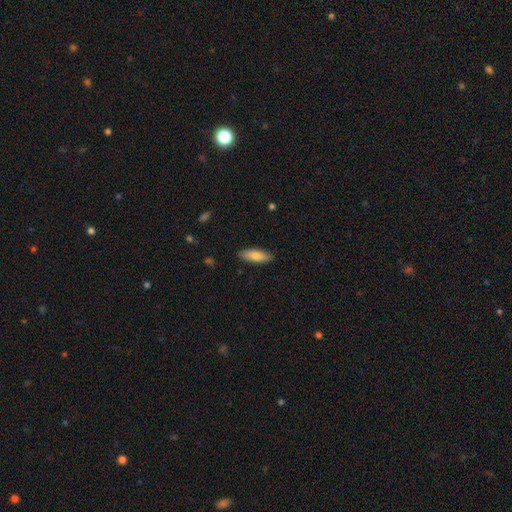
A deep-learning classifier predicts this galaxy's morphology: A smooth galaxy with no disk features (81%) that is in between round and cigar-shaped (58%).

Vote fractions:
- Smooth or featured? smooth: 81% / featured or disk: 14% / star or artifact: 6%
- How rounded? in between: 58% / cigar-shaped: 41% / round: 2%
- Merging? none: 89% / minor disturbance: 9% / major disturbance: 2% / merger: 1%